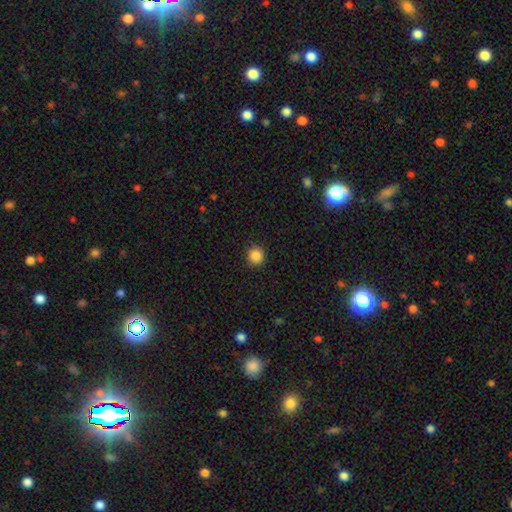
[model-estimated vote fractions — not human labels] smooth_or_featured: smooth (p=0.87) [alt: star or artifact p=0.10]
how_rounded: round (p=0.93) [alt: in between p=0.06]
merging: none (p=0.91) [alt: minor disturbance p=0.06]